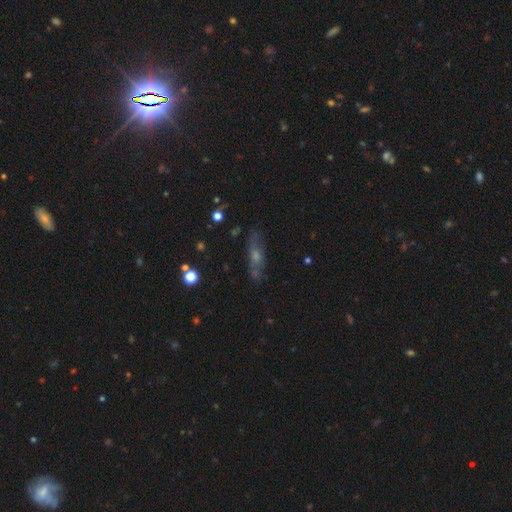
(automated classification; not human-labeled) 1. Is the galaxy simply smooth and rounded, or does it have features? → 47% featured or disk, 33% smooth, 20% star or artifact.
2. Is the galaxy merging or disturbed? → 71% none, 17% minor disturbance, 7% major disturbance, 5% merger.